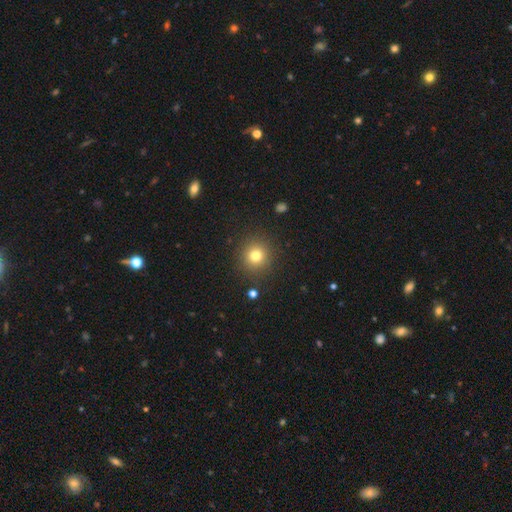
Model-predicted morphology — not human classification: This is likely a smooth galaxy (78%). How rounded: clearly round (93%). Merging: clearly none (89%).